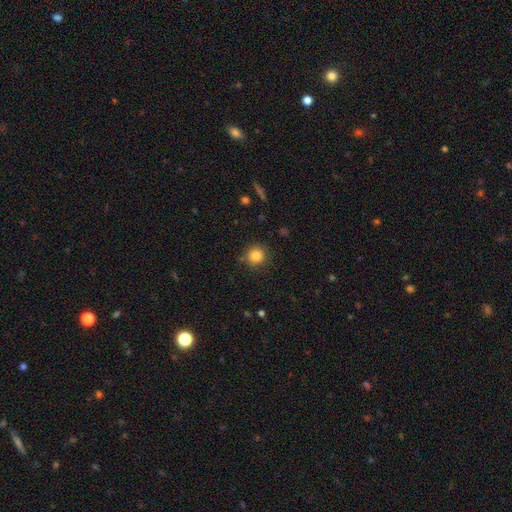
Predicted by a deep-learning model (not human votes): Overall: smooth (84%). How rounded: round (91%). Merging: none (85%).